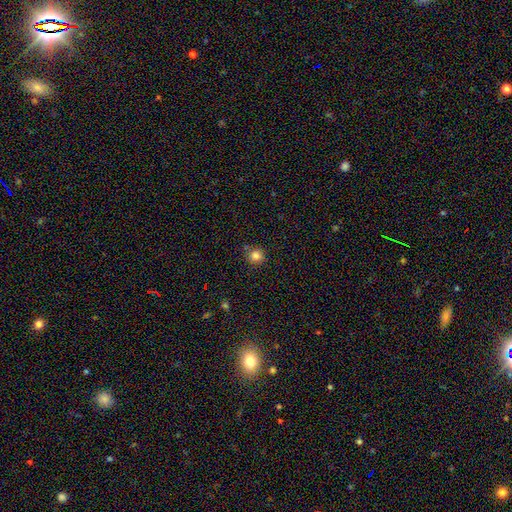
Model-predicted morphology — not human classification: smooth 82%, star or artifact 12%, featured or disk 6%. Down the decision tree: how rounded — round (93%); merging — none (83%).